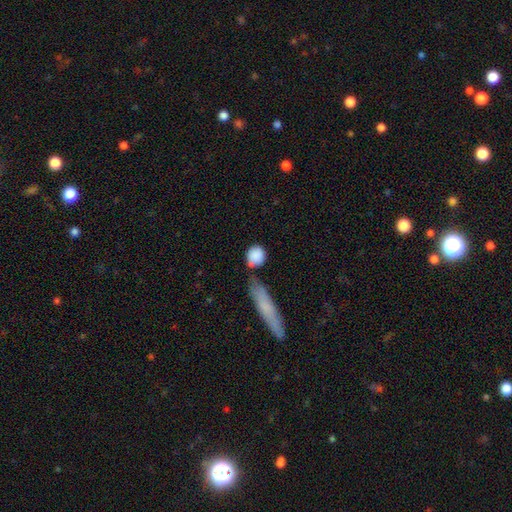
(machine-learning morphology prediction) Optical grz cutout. It shows a smooth galaxy with no disk features (86%) that is round (77%). Merging: none (61%).